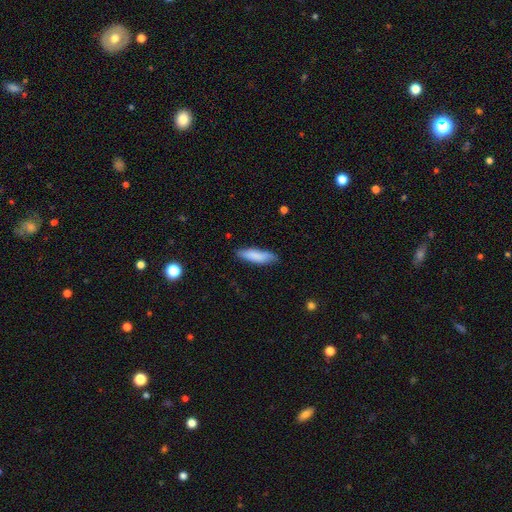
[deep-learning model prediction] Smooth or featured? Predicted: smooth (p=0.84). How rounded? Predicted: cigar-shaped (p=0.59). Merging? Predicted: none (p=0.81).